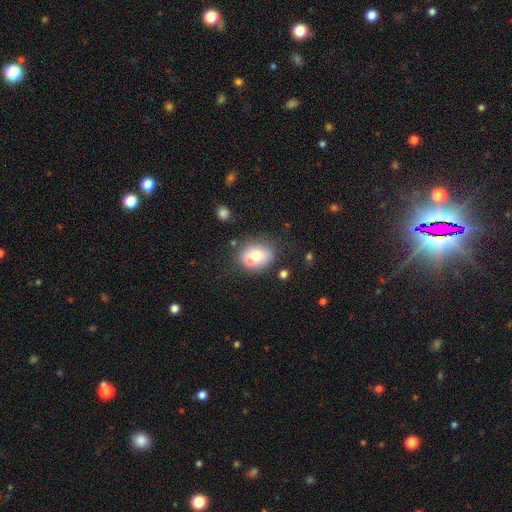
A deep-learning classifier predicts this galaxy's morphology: This is likely a smooth galaxy (71%). How rounded: possibly in between (59%). Merging: possibly none (53%).